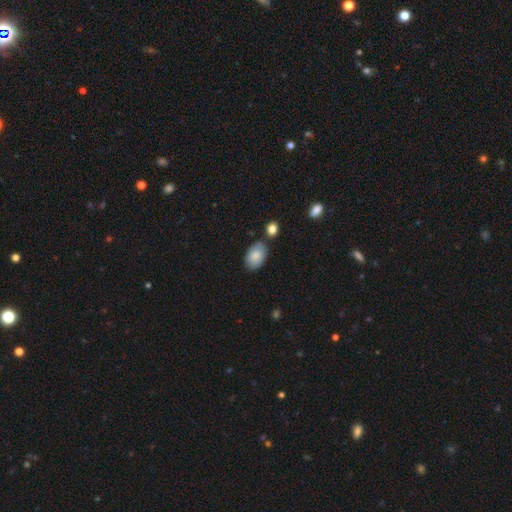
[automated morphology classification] A smooth galaxy with no disk features (84%) that is in between round and cigar-shaped (91%).

Vote fractions:
- Smooth or featured? smooth: 84% / featured or disk: 9% / star or artifact: 6%
- How rounded? in between: 91% / round: 8% / cigar-shaped: 1%
- Merging? none: 71% / minor disturbance: 17% / merger: 9% / major disturbance: 3%